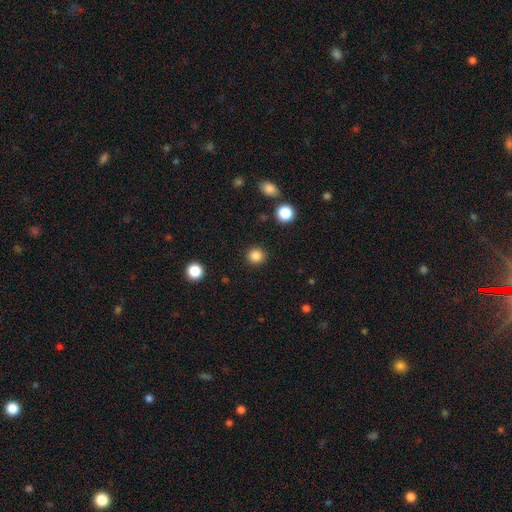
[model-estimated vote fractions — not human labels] The model was most divided on "smooth or featured": smooth: 85%, star or artifact: 11%, featured or disk: 4%. More confident: how rounded — round (93%); merging — none (91%).